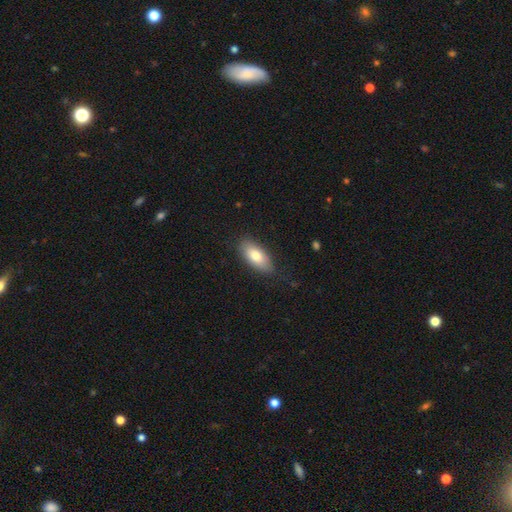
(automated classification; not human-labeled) This is likely a smooth galaxy (77%). How rounded: clearly in between (88%). Merging: clearly none (83%).